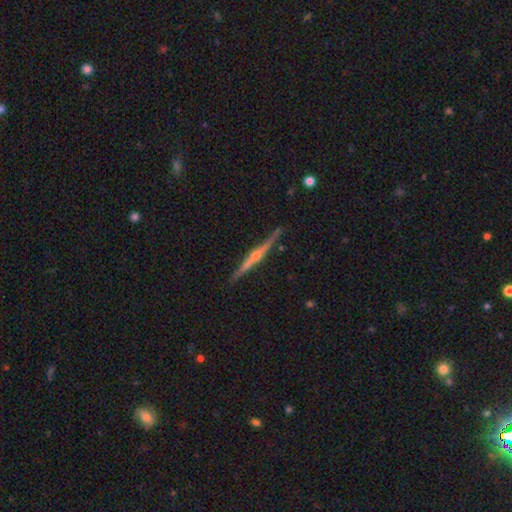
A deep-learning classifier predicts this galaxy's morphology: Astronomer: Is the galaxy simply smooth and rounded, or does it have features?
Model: featured or disk — 84%.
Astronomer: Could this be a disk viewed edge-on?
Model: yes — 98%.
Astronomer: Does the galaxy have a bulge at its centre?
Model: rounded — 91%.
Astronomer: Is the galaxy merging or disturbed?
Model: none — 90%.